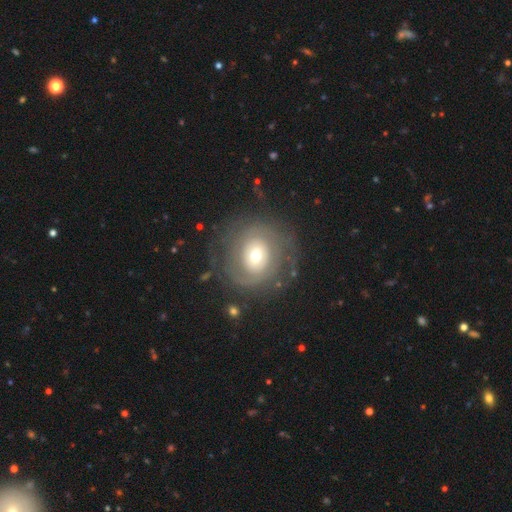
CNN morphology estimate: This appears to be a featured or disk galaxy (71%) with no bar (70%), 2 (44%) tight (64%) spiral arms (79%) and a moderate central bulge (51%). Merging: none (74%).